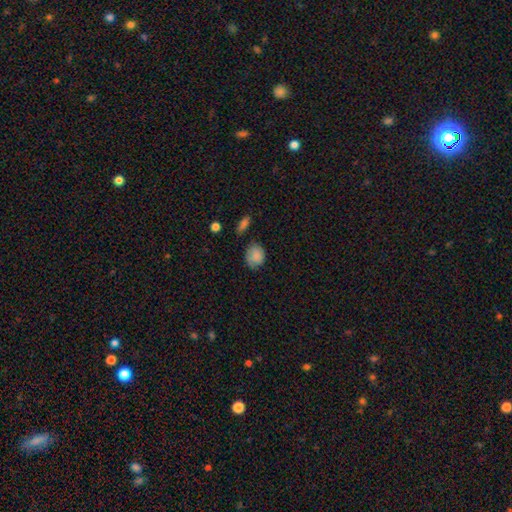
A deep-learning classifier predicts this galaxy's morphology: A smooth galaxy with no disk features (83%) that is round (51%). Merging: none (66%).